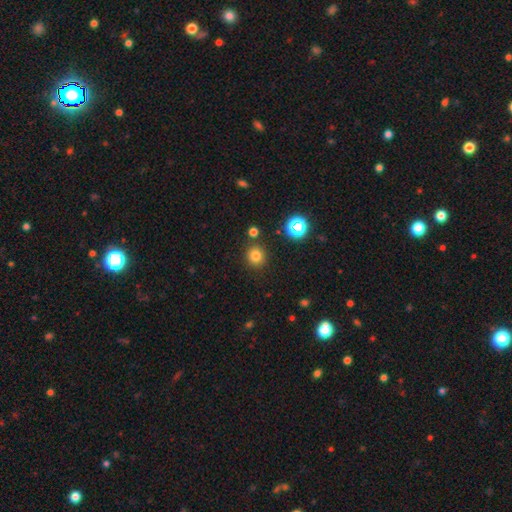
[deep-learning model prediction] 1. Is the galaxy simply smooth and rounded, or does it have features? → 78% smooth, 16% star or artifact, 6% featured or disk.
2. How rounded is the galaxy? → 89% round, 10% in between, 1% cigar-shaped.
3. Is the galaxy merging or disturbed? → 86% none, 7% minor disturbance, 4% merger, 3% major disturbance.